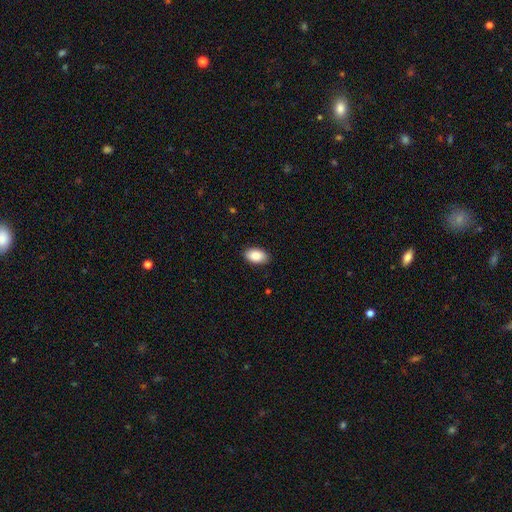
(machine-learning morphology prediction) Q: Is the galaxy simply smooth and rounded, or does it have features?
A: smooth — 88%.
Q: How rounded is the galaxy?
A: in between — 94%.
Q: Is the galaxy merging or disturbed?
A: none — 89%.